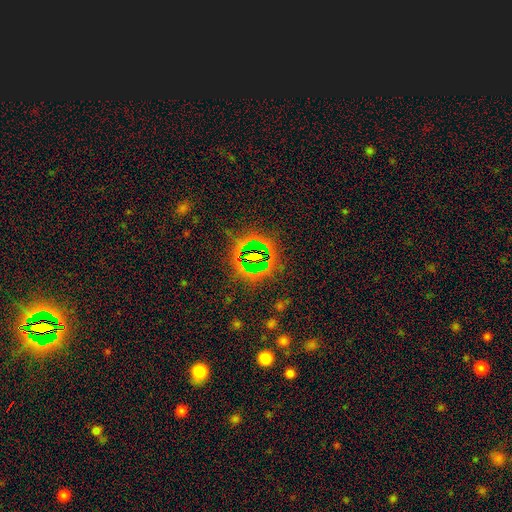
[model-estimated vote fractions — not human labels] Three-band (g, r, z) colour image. It shows a star or artifact, not a galaxy (79%).